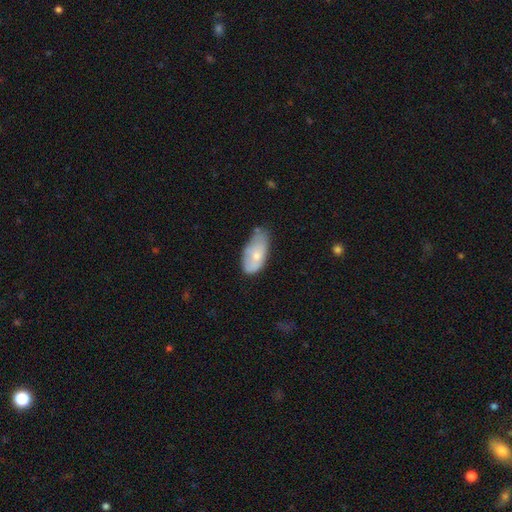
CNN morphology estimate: A smooth galaxy with no disk features (67%) that is in between round and cigar-shaped (92%).

Vote fractions:
- Smooth or featured? smooth: 67% / featured or disk: 27% / star or artifact: 6%
- How rounded? in between: 92% / cigar-shaped: 5% / round: 3%
- Merging? minor disturbance: 42% / none: 40% / major disturbance: 12% / merger: 5%